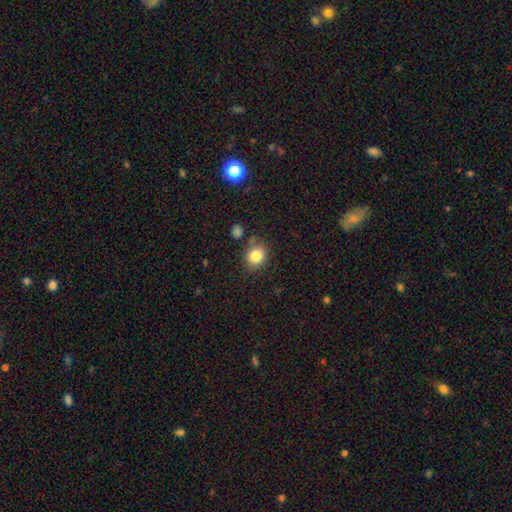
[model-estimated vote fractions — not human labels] This appears to be a smooth galaxy with no disk features (84%) that is round (72%). Merging: none (77%).